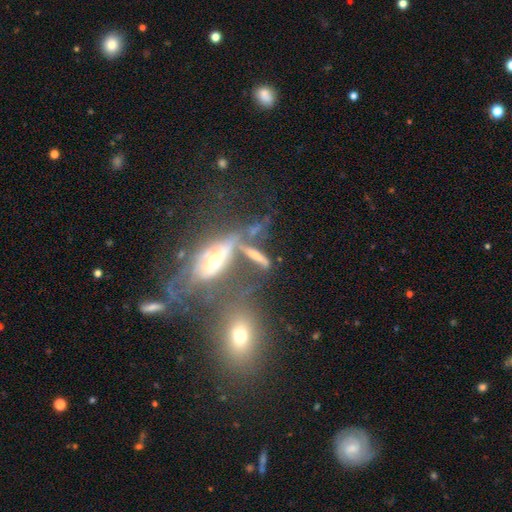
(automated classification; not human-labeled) smooth_or_featured: featured or disk (p=0.42) [tied with: smooth p=0.42]
merging: merger (p=0.37) [alt: none p=0.36]